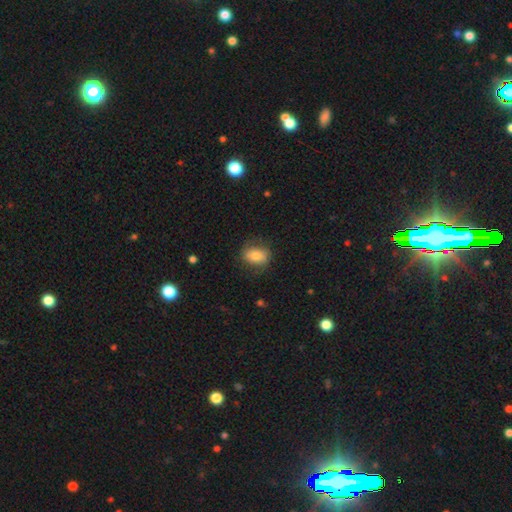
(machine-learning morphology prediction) Smooth or featured? smooth (72%)
How rounded? in between (64%)
Merging? none (75%)